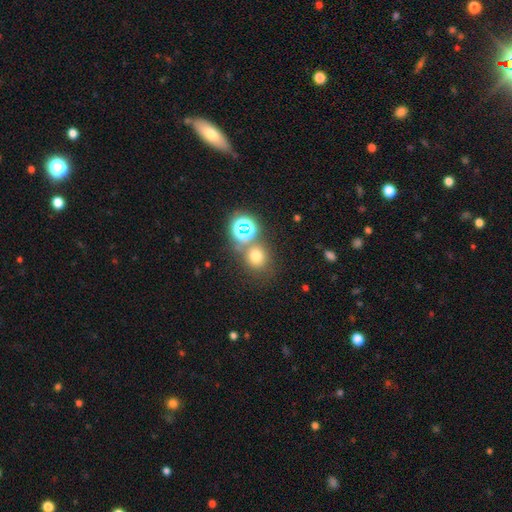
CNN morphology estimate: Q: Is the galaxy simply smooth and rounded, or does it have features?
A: smooth — 67%.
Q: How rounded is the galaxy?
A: round — 80%.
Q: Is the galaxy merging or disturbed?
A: none — 66%.